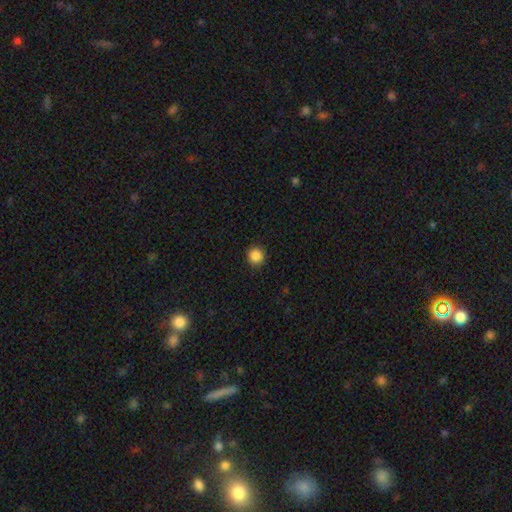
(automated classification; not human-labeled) A smooth galaxy with no disk features (87%) that is round (93%).

Vote fractions:
- Smooth or featured? smooth: 87% / star or artifact: 10% / featured or disk: 3%
- How rounded? round: 93% / in between: 6% / cigar-shaped: 1%
- Merging? none: 92% / minor disturbance: 6% / major disturbance: 2% / merger: 1%